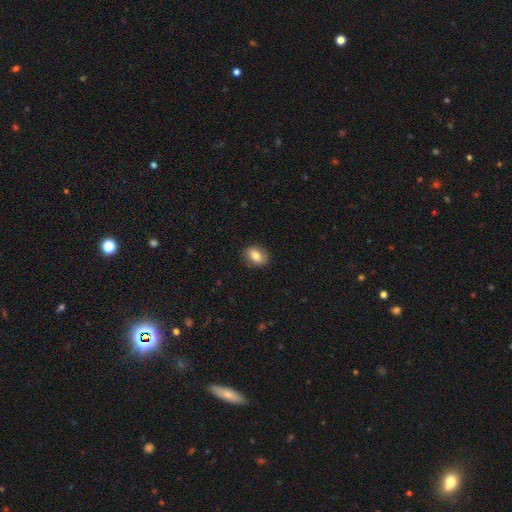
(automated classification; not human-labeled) This appears to be a smooth galaxy with no disk features (79%) that is in between round and cigar-shaped (69%). Merging: none (86%).